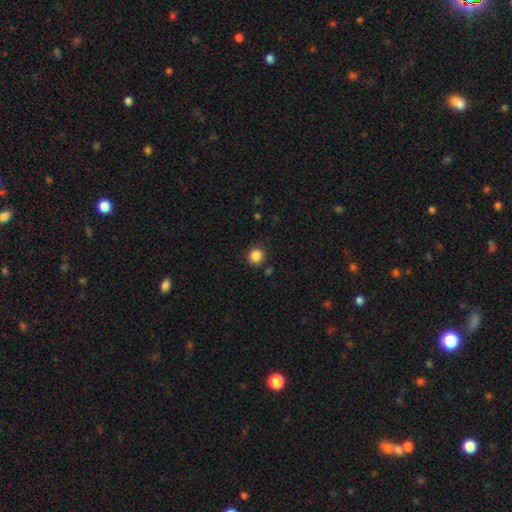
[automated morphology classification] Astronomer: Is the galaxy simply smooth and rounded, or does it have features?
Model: smooth — 86%.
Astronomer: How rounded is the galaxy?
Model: round — 92%.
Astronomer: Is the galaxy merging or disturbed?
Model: none — 86%.